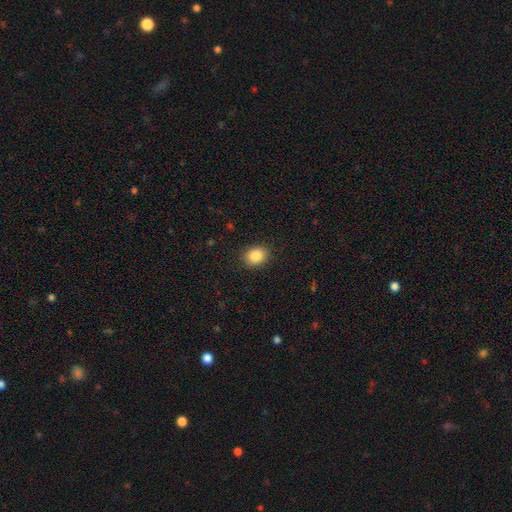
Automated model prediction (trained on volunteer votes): Q: Smooth or featured?
A: smooth (86%); runner-up: star or artifact (9%)
Q: How rounded?
A: round (51%); runner-up: in between (48%)
Q: Merging?
A: none (89%); runner-up: minor disturbance (8%)